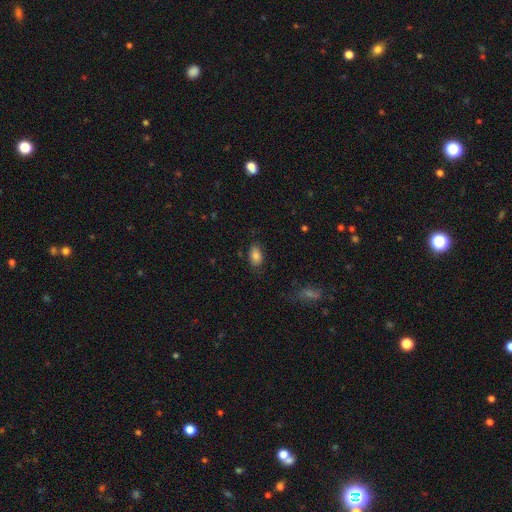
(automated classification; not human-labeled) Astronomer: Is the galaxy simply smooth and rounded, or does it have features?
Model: smooth — 84%.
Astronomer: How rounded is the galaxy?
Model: in between — 89%.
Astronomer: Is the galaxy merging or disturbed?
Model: none — 77%.